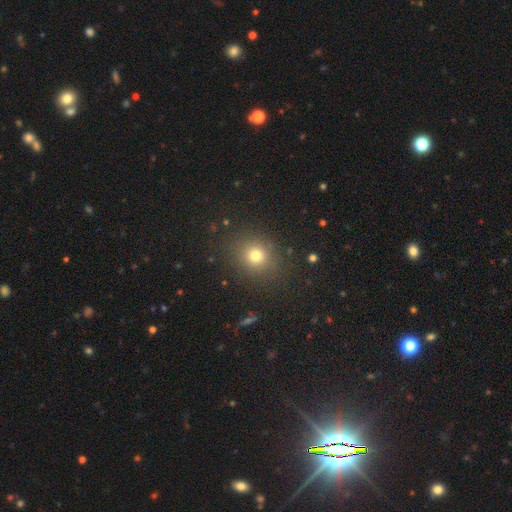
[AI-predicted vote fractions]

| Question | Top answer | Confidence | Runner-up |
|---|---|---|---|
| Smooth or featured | smooth | 75% | star or artifact (17%) |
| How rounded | round | 78% | in between (21%) |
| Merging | none | 86% | minor disturbance (9%) |